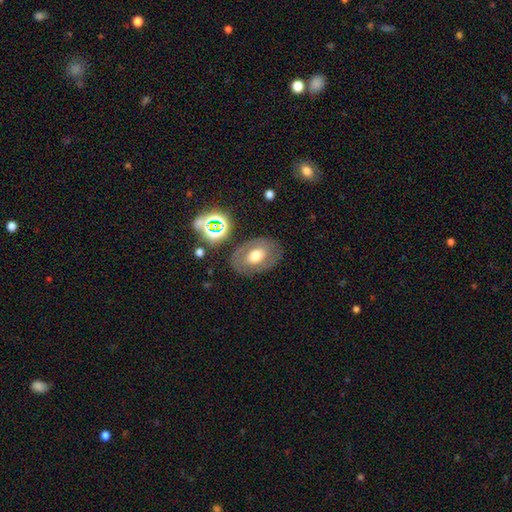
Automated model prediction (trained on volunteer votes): A smooth galaxy with no disk features (48%). Merging: none (78%).